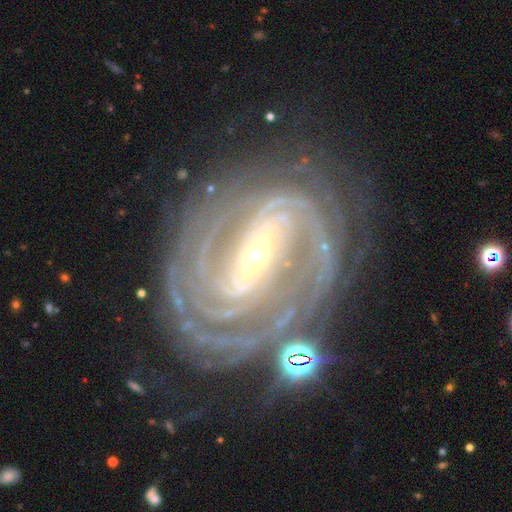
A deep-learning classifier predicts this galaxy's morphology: This appears to be a featured or disk galaxy (92%) with a strong bar (65%), 2 (23%) tight (77%) spiral arms (98%) and a small central bulge (70%). Merging: none (71%).